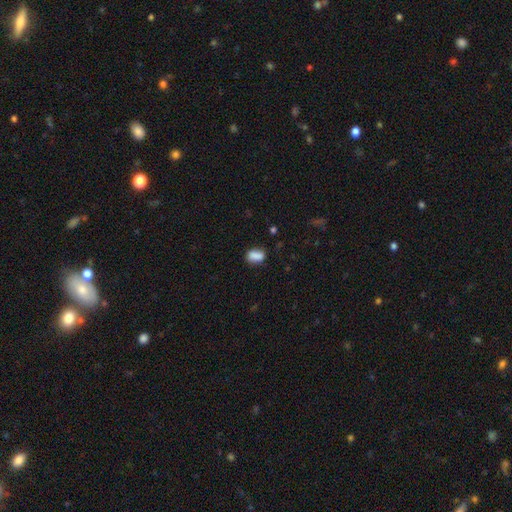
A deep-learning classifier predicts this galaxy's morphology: Smooth or featured: smooth — 84% (star or artifact — 9%)
How rounded: in between — 82% (round — 14%)
Merging: none — 64% (minor disturbance — 21%)